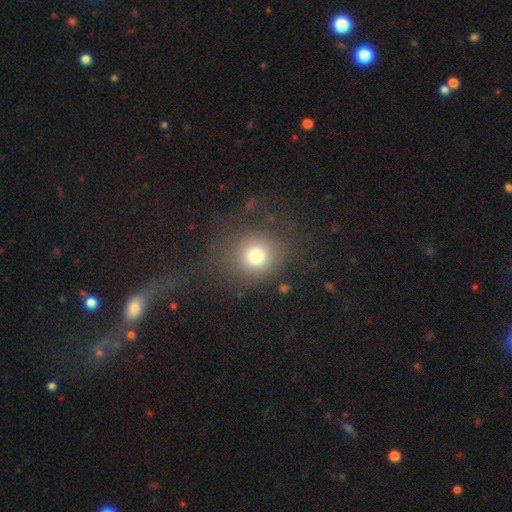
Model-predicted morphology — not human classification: A smooth galaxy with no disk features (76%) that is round (87%). Merging: none (74%).